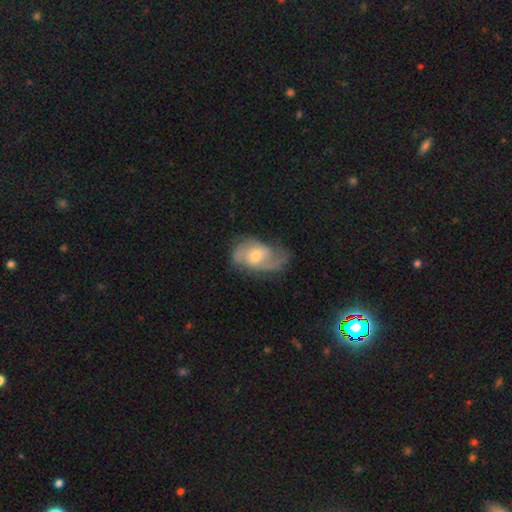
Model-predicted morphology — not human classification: This appears to be a featured or disk galaxy (73%) with no bar (53%), 2 (63%) medium (46%) spiral arms (89%) and a moderate central bulge (59%). Merging: none (54%).